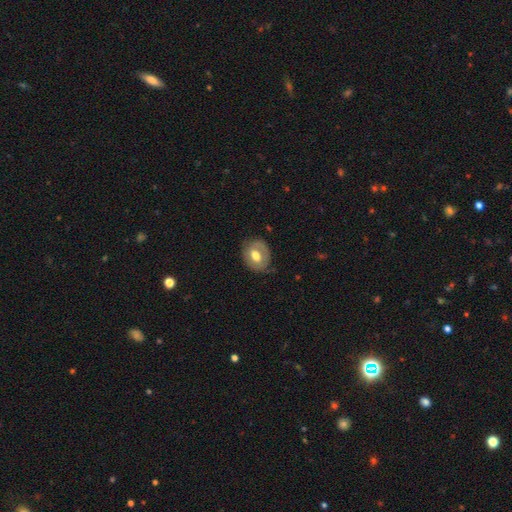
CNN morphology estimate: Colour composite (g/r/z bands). It shows a smooth galaxy with no disk features (53%) that is in between round and cigar-shaped (57%). Merging: none (72%).